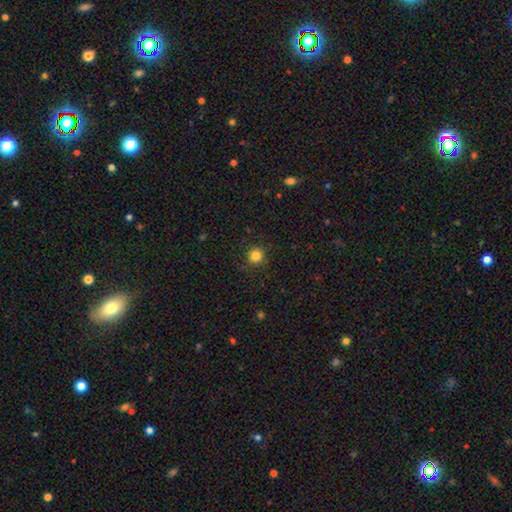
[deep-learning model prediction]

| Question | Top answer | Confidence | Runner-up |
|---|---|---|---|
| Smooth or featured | smooth | 84% | star or artifact (12%) |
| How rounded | round | 94% | in between (5%) |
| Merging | none | 90% | minor disturbance (6%) |